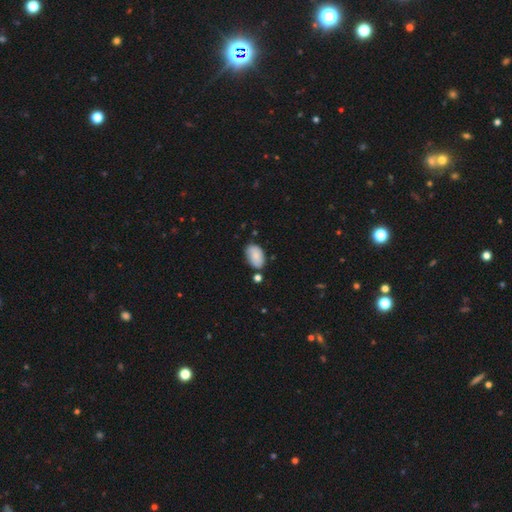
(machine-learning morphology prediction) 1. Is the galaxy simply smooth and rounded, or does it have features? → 79% smooth, 14% featured or disk, 7% star or artifact.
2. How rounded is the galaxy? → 91% in between, 7% round, 1% cigar-shaped.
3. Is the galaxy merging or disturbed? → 65% none, 23% minor disturbance, 7% merger, 4% major disturbance.